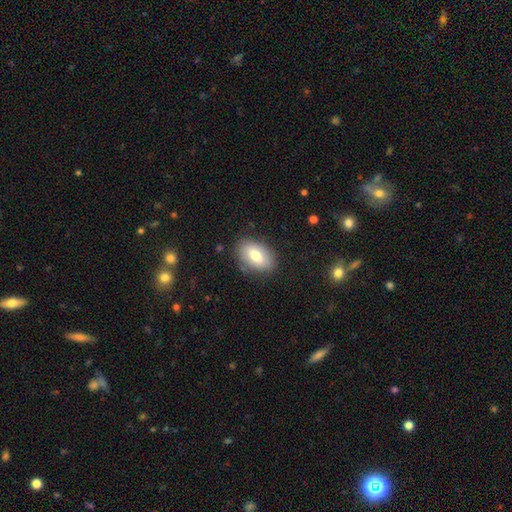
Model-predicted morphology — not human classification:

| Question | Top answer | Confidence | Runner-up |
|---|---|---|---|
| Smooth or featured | smooth | 73% | featured or disk (20%) |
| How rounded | in between | 89% | round (10%) |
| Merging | none | 83% | minor disturbance (13%) |